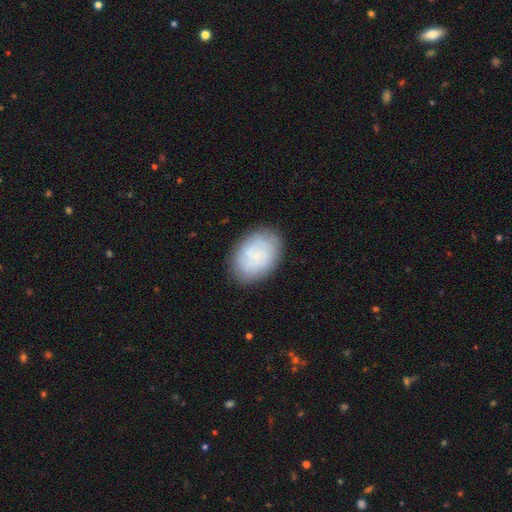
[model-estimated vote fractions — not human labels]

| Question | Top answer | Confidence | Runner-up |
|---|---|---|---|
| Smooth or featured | smooth | 49% | featured or disk (43%) |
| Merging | none | 82% | minor disturbance (13%) |